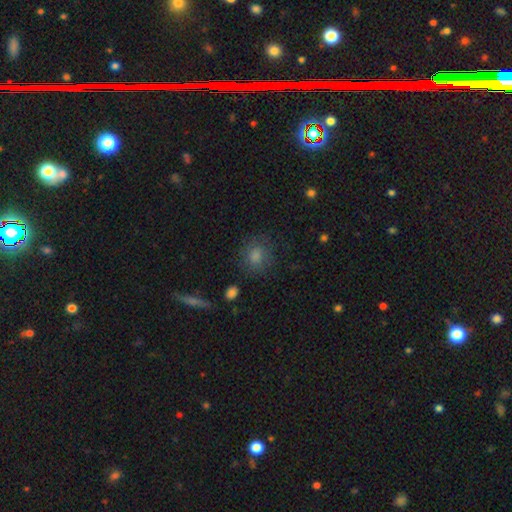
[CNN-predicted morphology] Smooth or featured? smooth (68%)
How rounded? round (79%)
Merging? none (81%)